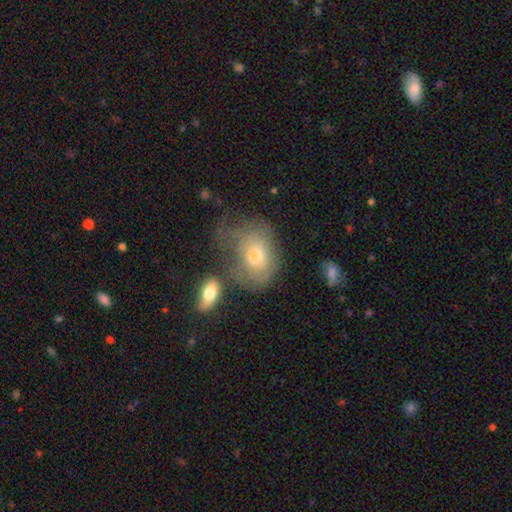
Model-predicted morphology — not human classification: Smooth or featured?
  - smooth: 57% *
  - featured or disk: 34%
  - star or artifact: 9%
How rounded?
  - in between: 72% *
  - round: 27%
  - cigar-shaped: 1%
Merging?
  - major disturbance: 34% *
  - none: 27%
  - minor disturbance: 26%
  - merger: 14%